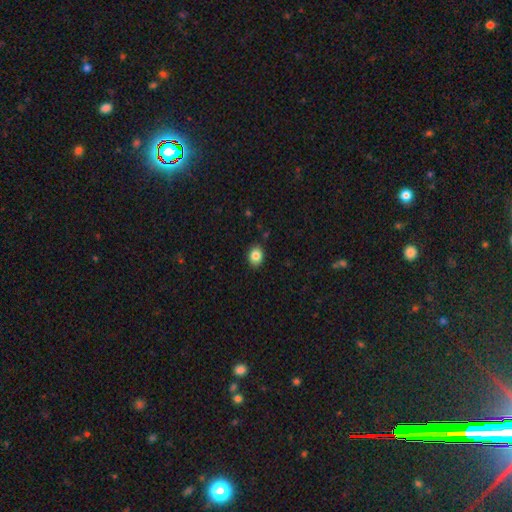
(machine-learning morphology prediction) Overall: smooth (85%). How rounded: in between (55%; round 44%). Merging: none (89%).